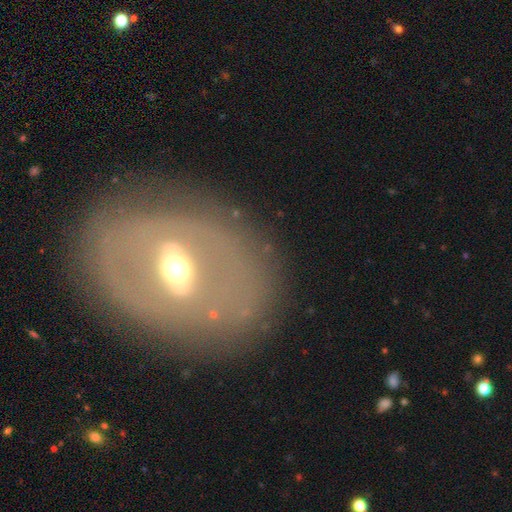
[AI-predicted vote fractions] Smooth or featured: featured or disk — 68% (smooth — 23%)
Edge-on disk: no — 90% (yes — 10%)
Bar: weak — 38% (strong — 37%)
Spiral arms: no — 73% (yes — 27%)
Bulge size: moderate — 70% (small — 18%)
Merging: none — 79% (minor disturbance — 13%)